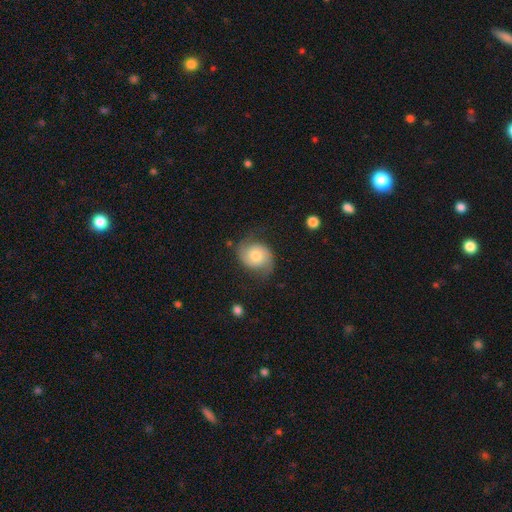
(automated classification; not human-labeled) featured or disk 70%, smooth 23%, star or artifact 7%. Down the decision tree: edge-on disk — no (98%); bar — no (75%); spiral arms — yes (93%); spiral arm count — 2 (91%); spiral winding — medium (43%); bulge size — moderate (58%); merging — none (69%).